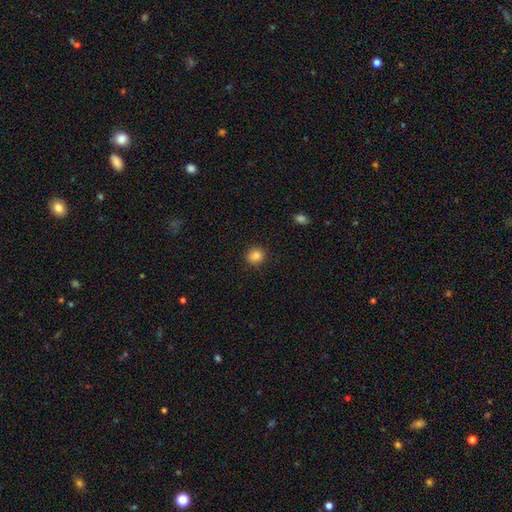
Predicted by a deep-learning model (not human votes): smooth-or-featured: smooth: 85% | star or artifact: 11% | featured or disk: 5%
  how-rounded: round: 83% | in between: 16% | cigar-shaped: 1%
  merging: none: 90% | minor disturbance: 7% | major disturbance: 2% | merger: 1%